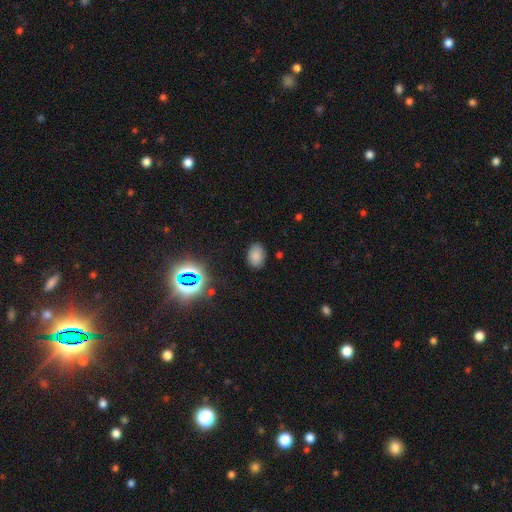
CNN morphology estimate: A smooth galaxy with no disk features (77%) that is in between round and cigar-shaped (79%).

Vote fractions:
- Smooth or featured? smooth: 77% / star or artifact: 17% / featured or disk: 6%
- How rounded? in between: 79% / round: 19% / cigar-shaped: 1%
- Merging? none: 83% / minor disturbance: 12% / major disturbance: 3% / merger: 1%